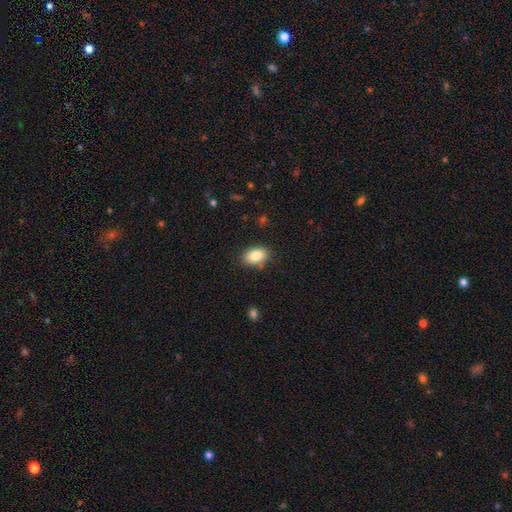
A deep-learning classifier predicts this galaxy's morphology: Overall: smooth (86%). How rounded: in between (88%). Merging: none (84%).